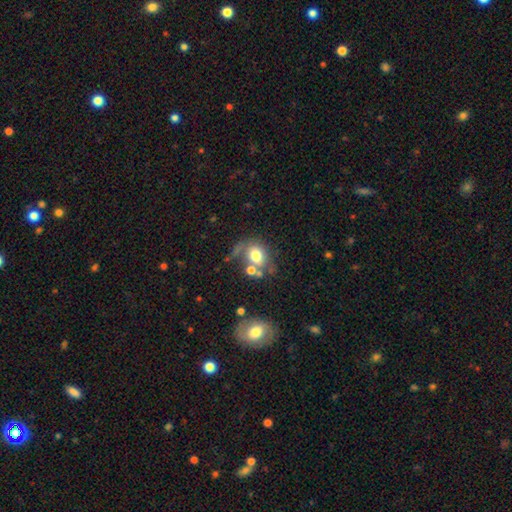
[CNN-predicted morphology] smooth_or_featured: smooth (p=0.70) [alt: featured or disk p=0.19]
how_rounded: in between (p=0.51) [alt: round p=0.48]
merging: none (p=0.40) [alt: merger p=0.28]